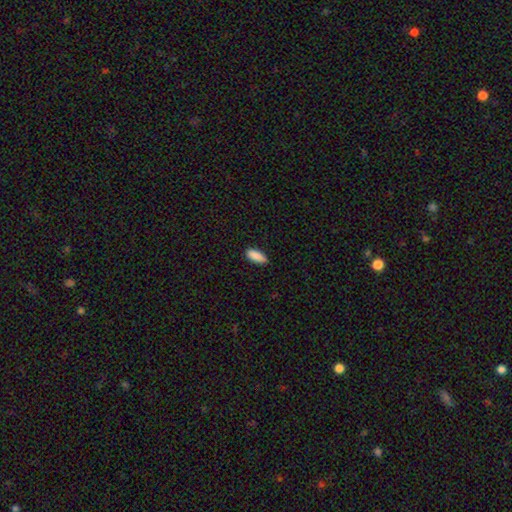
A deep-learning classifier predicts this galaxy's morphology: smooth 90%, star or artifact 7%, featured or disk 4%. Down the decision tree: how rounded — in between (80%); merging — none (83%).